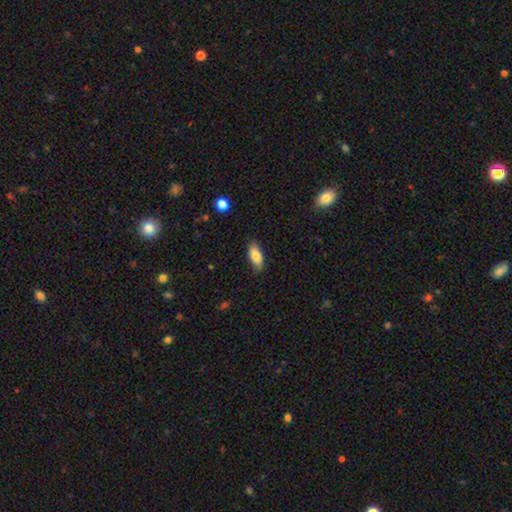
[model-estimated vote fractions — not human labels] This appears to be a smooth galaxy with no disk features (85%) that is in between round and cigar-shaped (85%). Merging: none (84%).